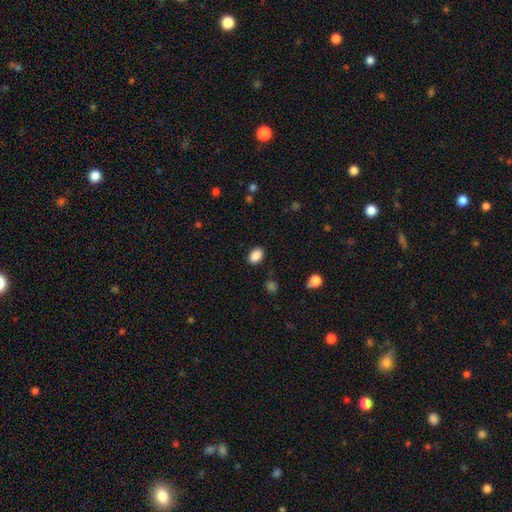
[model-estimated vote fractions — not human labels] The model was most divided on "how rounded": in between: 84%, round: 15%, cigar-shaped: 1%. More confident: smooth or featured — smooth (88%); merging — none (87%).